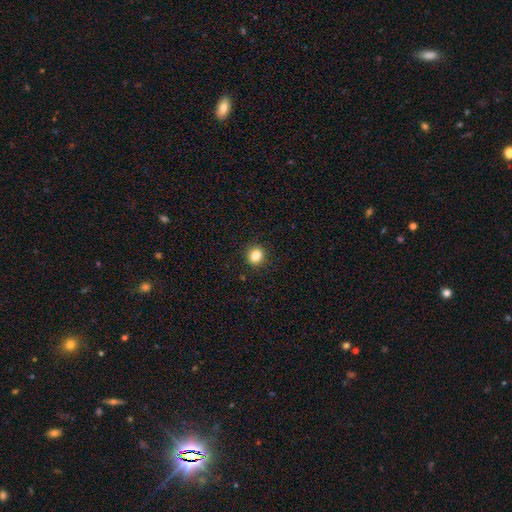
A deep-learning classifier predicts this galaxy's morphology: smooth 83%, star or artifact 11%, featured or disk 6%. Down the decision tree: how rounded — round (84%); merging — none (91%).